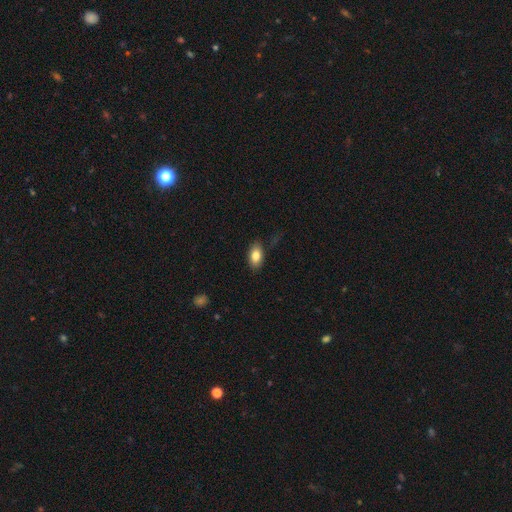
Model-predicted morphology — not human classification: This appears to be a smooth galaxy with no disk features (82%) that is in between round and cigar-shaped (90%). Merging: none (80%).